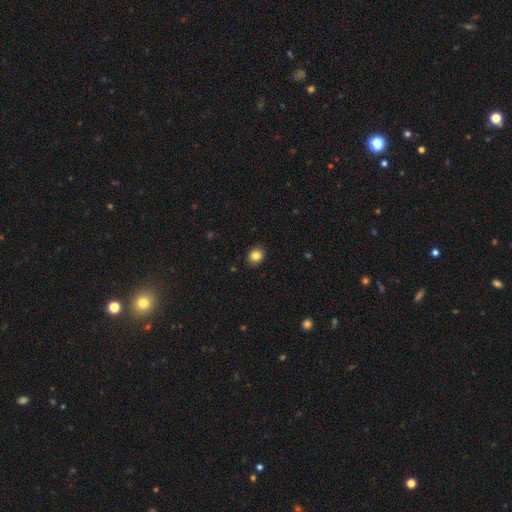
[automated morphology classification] Smooth or featured?
  - smooth: 85% *
  - star or artifact: 10%
  - featured or disk: 5%
How rounded?
  - round: 74% *
  - in between: 25%
  - cigar-shaped: 1%
Merging?
  - none: 90% *
  - minor disturbance: 7%
  - major disturbance: 2%
  - merger: 1%